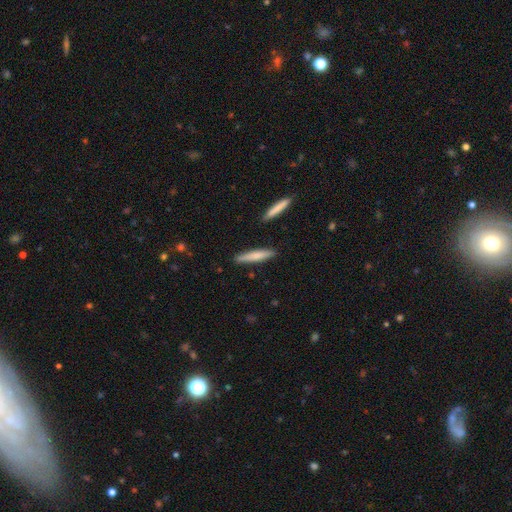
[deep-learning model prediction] smooth 71%, featured or disk 24%, star or artifact 5%. Down the decision tree: how rounded — cigar-shaped (92%); merging — none (88%).